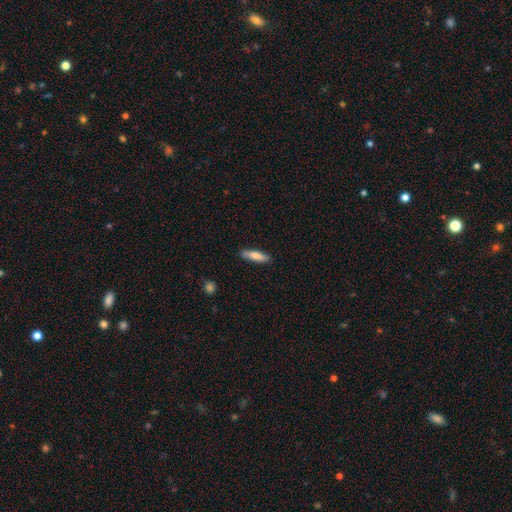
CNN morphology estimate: smooth_or_featured: smooth (p=0.75) [alt: featured or disk p=0.19]
how_rounded: cigar-shaped (p=0.72) [alt: in between p=0.26]
merging: none (p=0.87) [alt: minor disturbance p=0.10]